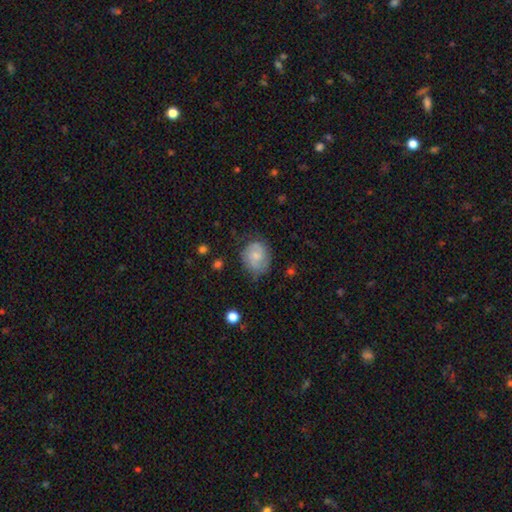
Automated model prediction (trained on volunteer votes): Morphology: type=featured or disk (49%); merging=none (68%).